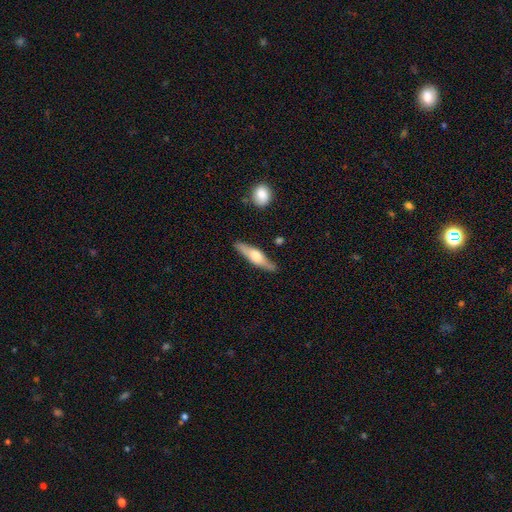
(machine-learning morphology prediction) Smooth or featured? Predicted: featured or disk (p=0.55). Edge-on disk? Predicted: yes (p=0.92). Edge-on bulge? Predicted: rounded (p=0.88). Merging? Predicted: none (p=0.84).